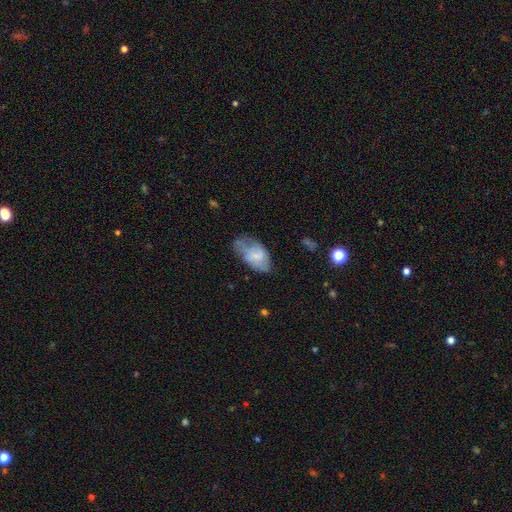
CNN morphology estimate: Overall: smooth (49%; featured or disk 43%). Merging: none (43%; minor disturbance 35%).